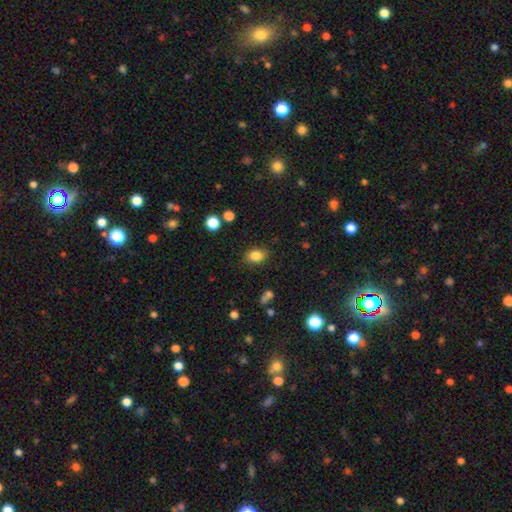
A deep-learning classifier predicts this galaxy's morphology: This appears to be a smooth galaxy with no disk features (84%) that is in between round and cigar-shaped (68%). Merging: none (82%).